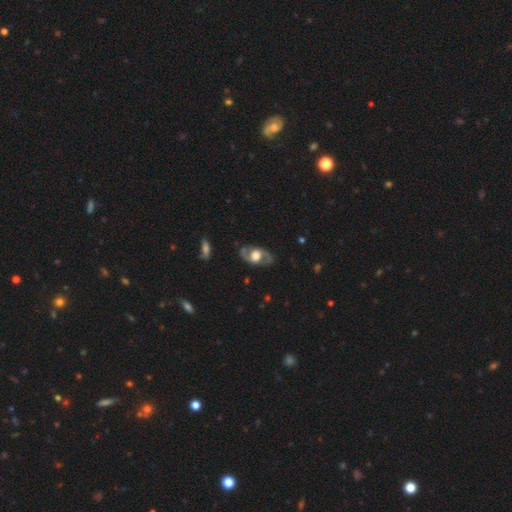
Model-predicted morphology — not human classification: A featured or disk galaxy (75%) with no bar (68%), 2 (89%) medium (49%) spiral arms (73%) and a large central bulge (54%). Merging: none (79%).